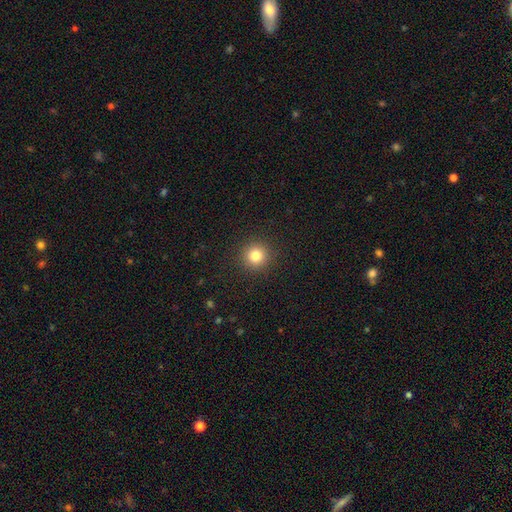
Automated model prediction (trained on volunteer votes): Morphology: type=smooth (81%); roundness=round (95%); merging=none (92%).